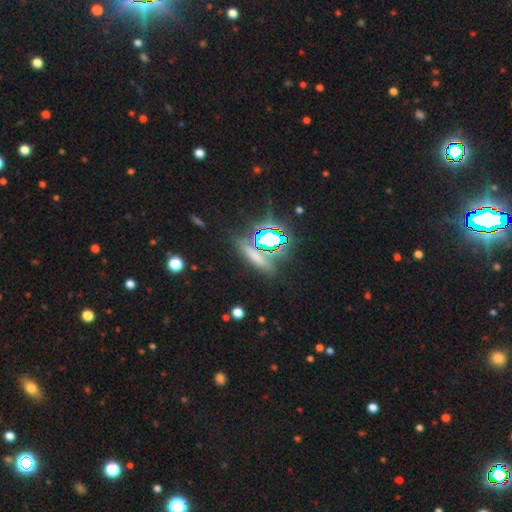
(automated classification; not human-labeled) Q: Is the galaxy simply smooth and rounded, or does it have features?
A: star or artifact — 42%, tied with smooth.